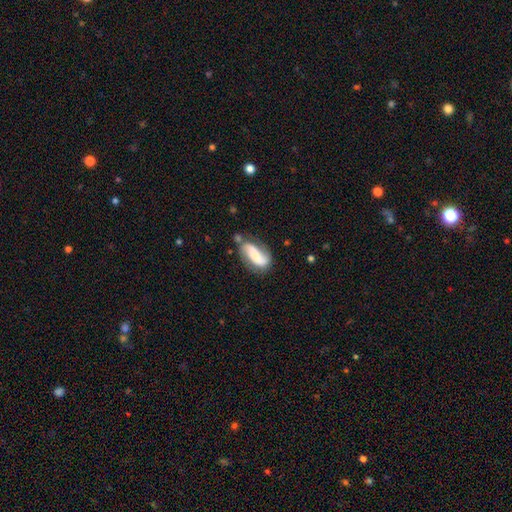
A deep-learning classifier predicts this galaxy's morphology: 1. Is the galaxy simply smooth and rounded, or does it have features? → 59% featured or disk, 34% smooth, 7% star or artifact.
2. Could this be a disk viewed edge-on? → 93% no, 7% yes.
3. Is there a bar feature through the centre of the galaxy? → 39% no, 31% weak, 30% strong.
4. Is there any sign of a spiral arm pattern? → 90% yes, 10% no.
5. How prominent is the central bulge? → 35% small, 30% moderate, 17% none, 13% large, 5% dominant.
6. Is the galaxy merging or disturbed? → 62% none, 23% minor disturbance, 9% major disturbance, 6% merger.